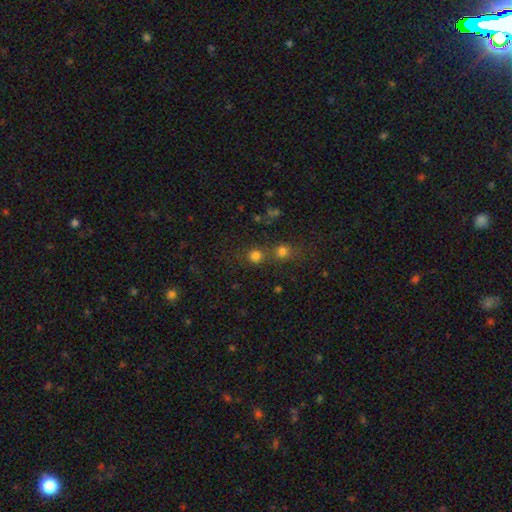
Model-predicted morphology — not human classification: smooth 77%, star or artifact 17%, featured or disk 6%. Down the decision tree: how rounded — round (91%); merging — none (62%).